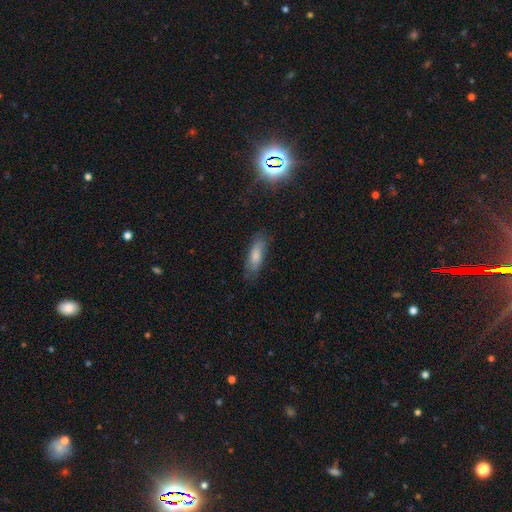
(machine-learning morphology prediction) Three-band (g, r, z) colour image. It shows a smooth galaxy with no disk features (74%) that is in between round and cigar-shaped (58%). Merging: none (70%).